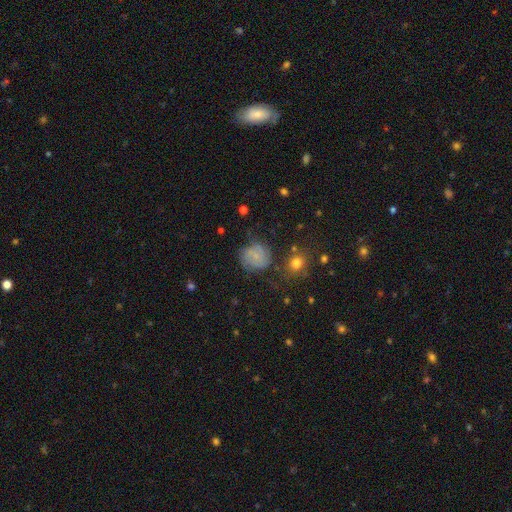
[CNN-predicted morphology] The model was most divided on "smooth or featured" (2-way tie): featured or disk: 44%, smooth: 44%, star or artifact: 11%. More confident: merging — none (63%).